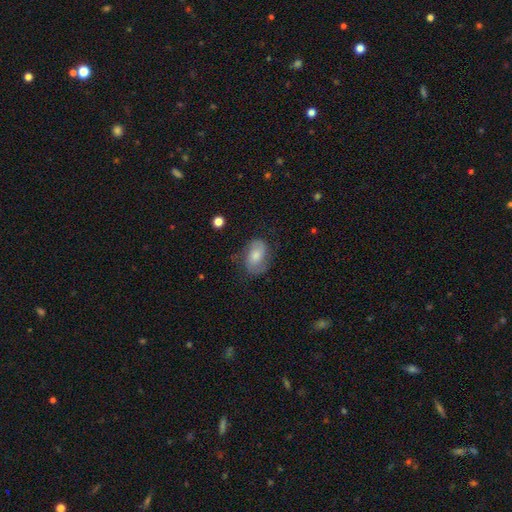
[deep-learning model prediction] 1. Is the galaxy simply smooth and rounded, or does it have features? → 49% smooth, 43% featured or disk, 8% star or artifact.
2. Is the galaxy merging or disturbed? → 58% none, 26% minor disturbance, 14% major disturbance, 2% merger.